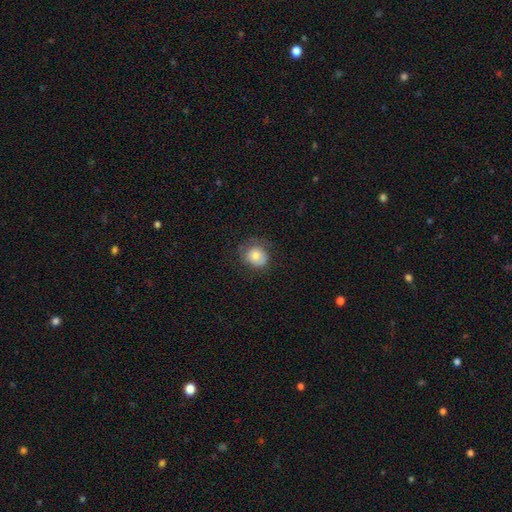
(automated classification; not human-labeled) A smooth galaxy with no disk features (73%) that is round (77%). Merging: none (66%).